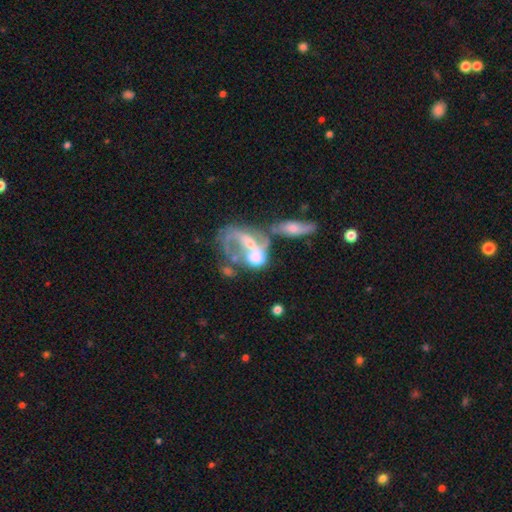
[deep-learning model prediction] Smooth or featured? Predicted: featured or disk (p=0.56). Edge-on disk? Predicted: no (p=0.94). Bar? Predicted: no (p=0.73). Spiral arms? Predicted: no (p=0.61). Bulge size? Predicted: moderate (p=0.45). Merging? Predicted: merger (p=0.63).